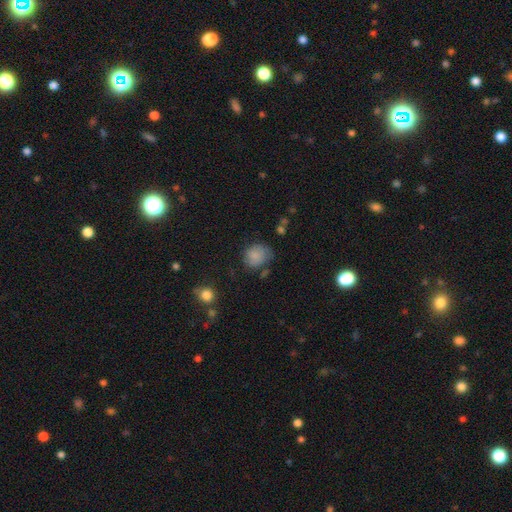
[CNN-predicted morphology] Smooth or featured? smooth (80%)
How rounded? round (64%)
Merging? none (58%)